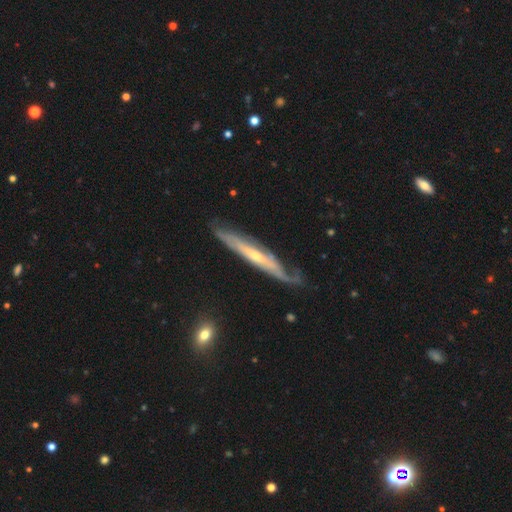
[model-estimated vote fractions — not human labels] Smooth or featured: featured or disk — 78% (smooth — 17%)
Edge-on disk: yes — 69% (no — 31%)
Edge-on bulge: rounded — 53% (none — 42%)
Merging: none — 63% (minor disturbance — 25%)